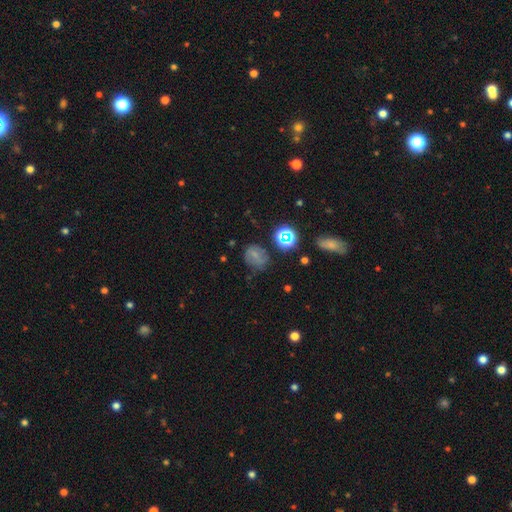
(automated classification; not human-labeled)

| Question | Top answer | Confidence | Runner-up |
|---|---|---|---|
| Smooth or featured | smooth | 54% | featured or disk (24%) |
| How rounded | round | 55% | in between (44%) |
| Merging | none | 63% | minor disturbance (23%) |